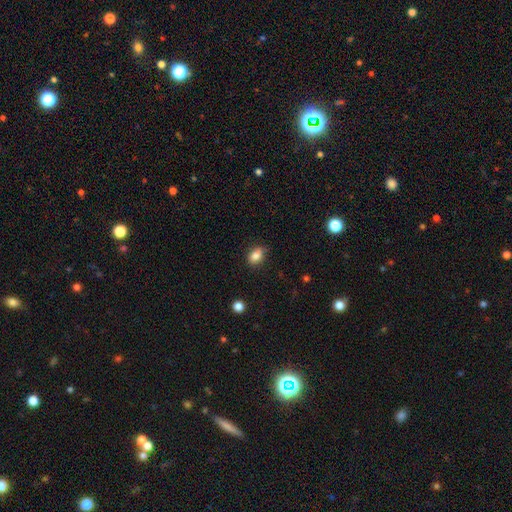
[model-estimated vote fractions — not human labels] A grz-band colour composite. It shows a smooth galaxy with no disk features (85%) that is in between round and cigar-shaped (76%). Merging: none (78%).